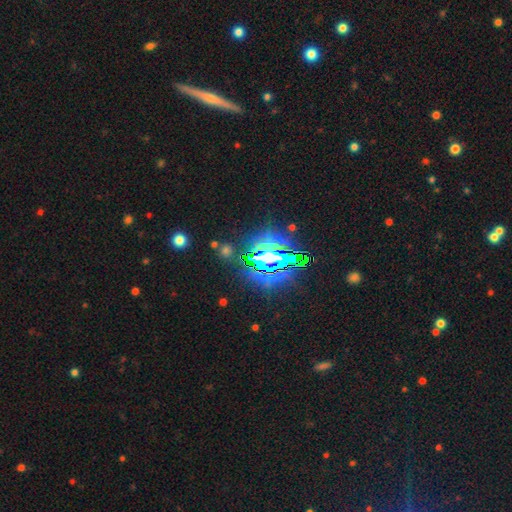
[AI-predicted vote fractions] This appears to be a star or artifact, not a galaxy (74%).